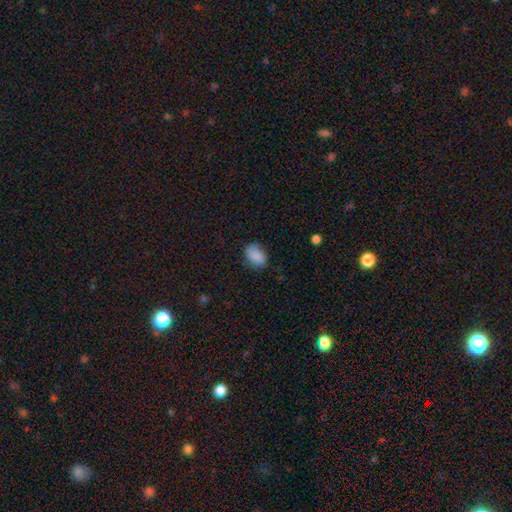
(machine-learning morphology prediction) Q: Smooth or featured?
A: smooth (86%); runner-up: star or artifact (8%)
Q: How rounded?
A: in between (76%); runner-up: round (23%)
Q: Merging?
A: none (72%); runner-up: minor disturbance (22%)